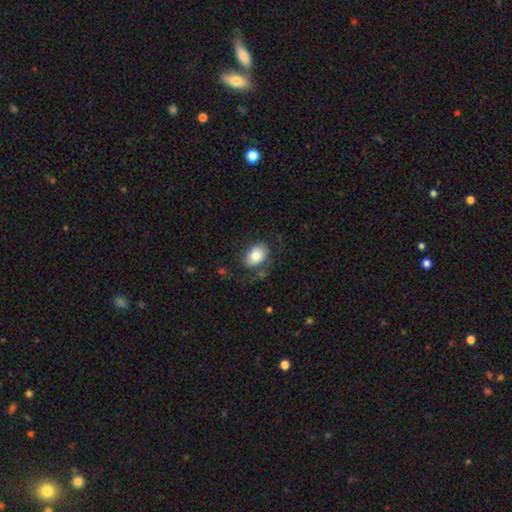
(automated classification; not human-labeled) Smooth or featured: smooth — 82% (featured or disk — 11%)
How rounded: in between — 82% (round — 17%)
Merging: none — 70% (minor disturbance — 19%)